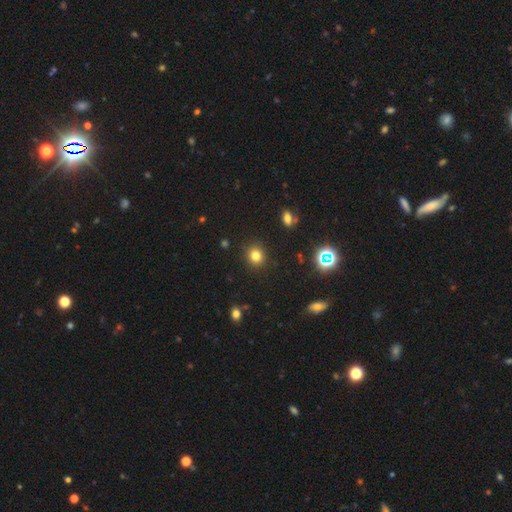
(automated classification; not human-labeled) Q: Smooth or featured?
A: smooth (78%); runner-up: star or artifact (16%)
Q: How rounded?
A: round (85%); runner-up: in between (14%)
Q: Merging?
A: none (90%); runner-up: minor disturbance (6%)